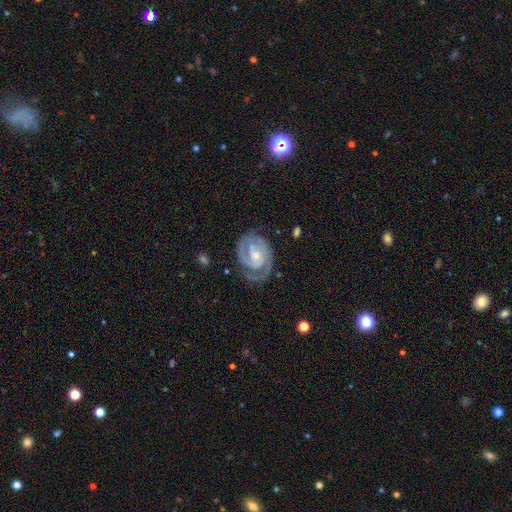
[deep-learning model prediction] smooth_or_featured: featured or disk (p=0.89) [alt: smooth p=0.07]
disk_edge_on: no (p=0.98) [alt: yes p=0.02]
bar: no (p=0.54) [alt: weak p=0.37]
has_spiral_arms: yes (p=0.97) [alt: no p=0.03]
spiral_winding: tight (p=0.64) [alt: medium p=0.31]
spiral_arm_count: 2 (p=0.75) [alt: can't tell p=0.08]
bulge_size: small (p=0.46) [alt: moderate p=0.42]
merging: none (p=0.71) [alt: minor disturbance p=0.19]